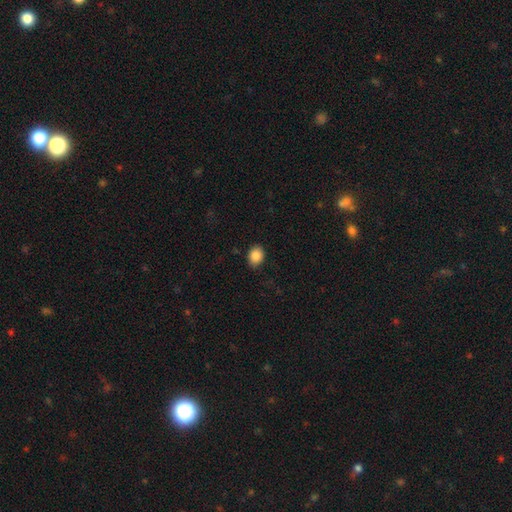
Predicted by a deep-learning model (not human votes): Morphology: type=smooth (87%); roundness=in between (59%); merging=none (86%).